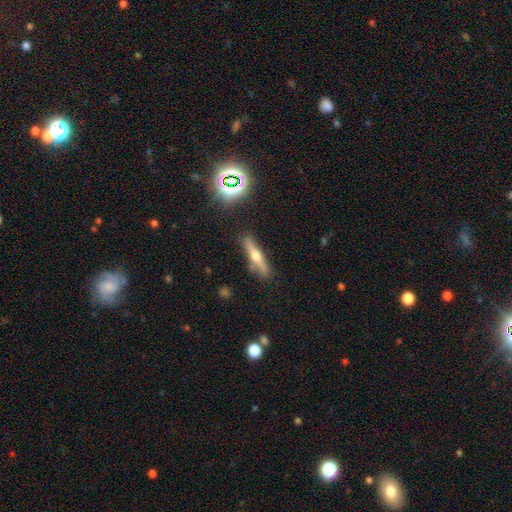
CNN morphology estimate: Q: Smooth or featured?
A: featured or disk (55%); runner-up: smooth (34%)
Q: Edge-on disk?
A: yes (93%); runner-up: no (7%)
Q: Edge-on bulge?
A: rounded (92%); runner-up: none (5%)
Q: Merging?
A: none (83%); runner-up: minor disturbance (11%)